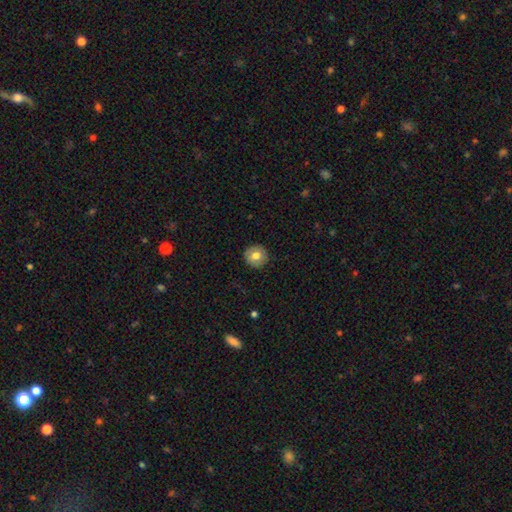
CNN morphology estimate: A smooth galaxy with no disk features (73%) that is round (93%).

Vote fractions:
- Smooth or featured? smooth: 73% / featured or disk: 19% / star or artifact: 8%
- How rounded? round: 93% / in between: 6% / cigar-shaped: 1%
- Merging? none: 89% / minor disturbance: 8% / major disturbance: 2% / merger: 1%